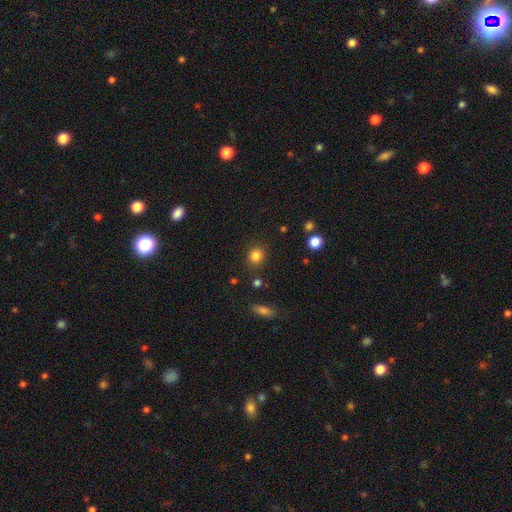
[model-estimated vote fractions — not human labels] A smooth galaxy with no disk features (84%) that is round (82%). Merging: none (87%).